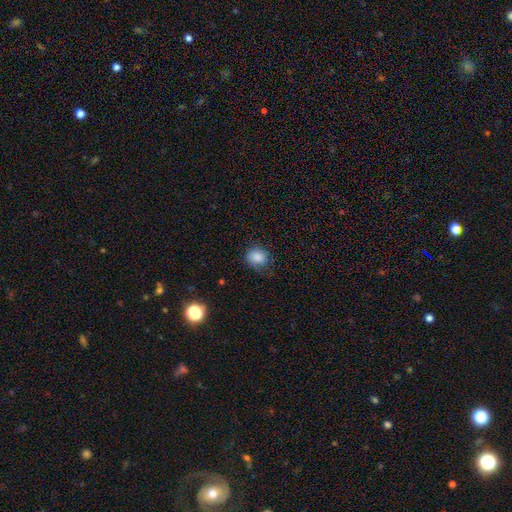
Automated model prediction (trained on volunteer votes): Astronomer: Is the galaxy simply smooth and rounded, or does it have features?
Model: smooth — 85%.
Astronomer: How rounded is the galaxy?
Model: round — 59% (runner-up: in between, 40%).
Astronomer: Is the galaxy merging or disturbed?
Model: none — 75%.